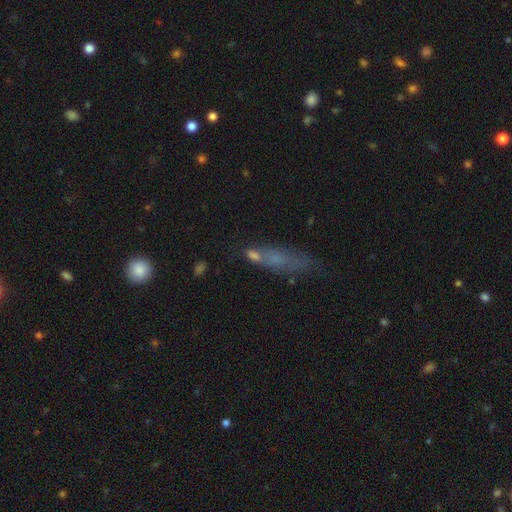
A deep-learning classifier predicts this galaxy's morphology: smooth-or-featured: smooth: 57% | featured or disk: 26% | star or artifact: 17%
  how-rounded: cigar-shaped: 52% | in between: 42% | round: 6%
  merging: none: 44% | minor disturbance: 22% | merger: 18% | major disturbance: 16%